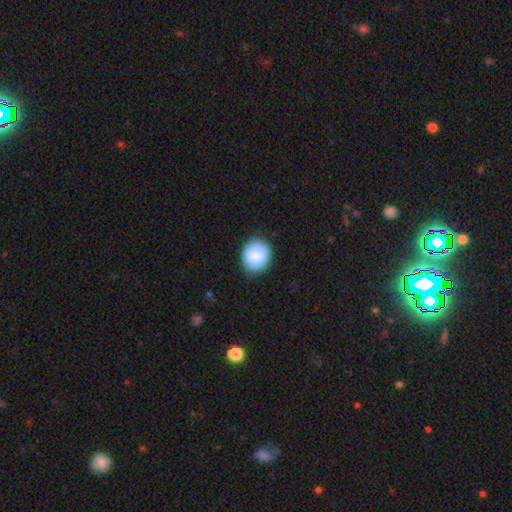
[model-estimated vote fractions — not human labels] Overall: smooth (79%). How rounded: round (74%). Merging: none (80%).